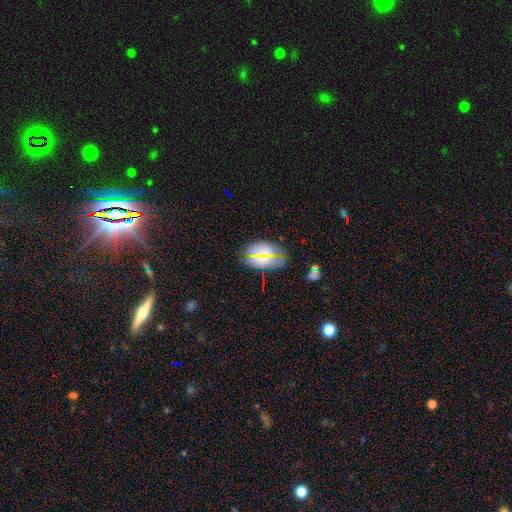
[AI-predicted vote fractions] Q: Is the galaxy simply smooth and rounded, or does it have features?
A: smooth — 70%.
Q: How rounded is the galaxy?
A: in between — 89%.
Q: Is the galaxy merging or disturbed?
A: none — 82%.